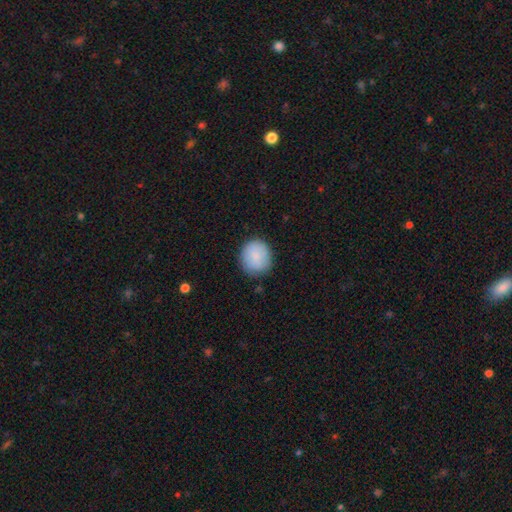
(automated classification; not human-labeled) A smooth galaxy with no disk features (86%) that is round (85%). Merging: none (83%).